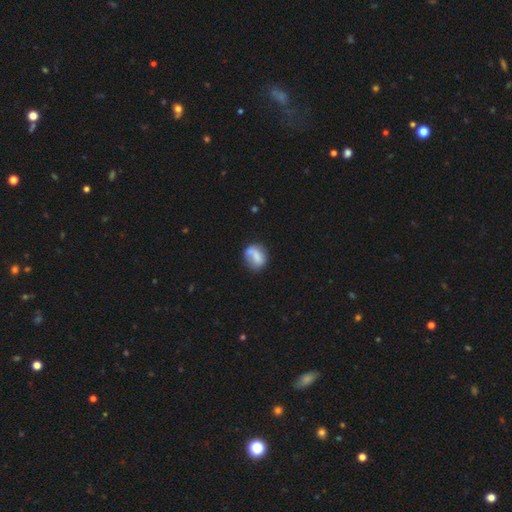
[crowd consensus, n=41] This appears to be a smooth galaxy with no disk features (76%) that is round (68%). Merging: none (51%).